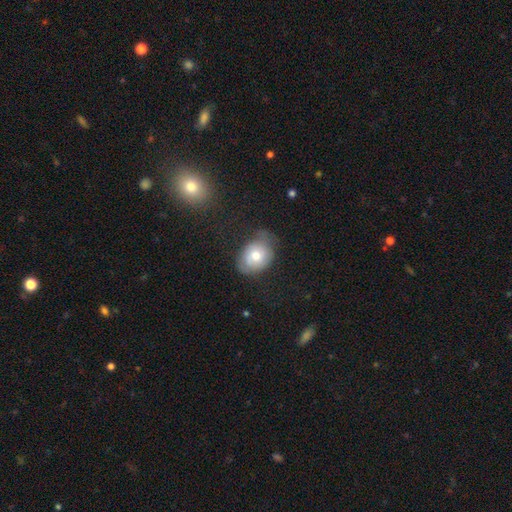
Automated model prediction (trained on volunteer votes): Smooth or featured? smooth (67%)
How rounded? in between (65%)
Merging? none (54%)